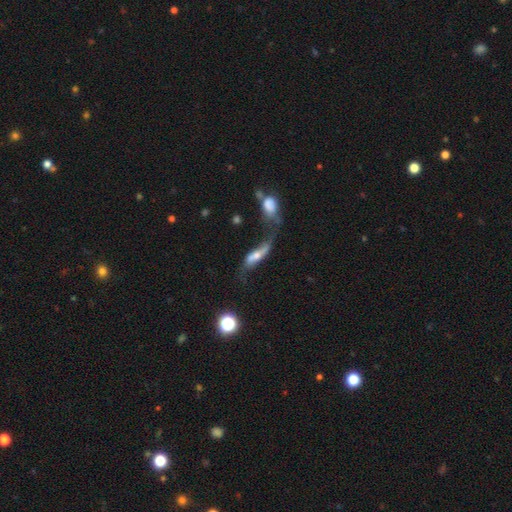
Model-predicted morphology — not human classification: smooth-or-featured: featured or disk: 61% | smooth: 30% | star or artifact: 9%
  disk-edge-on: no: 65% | yes: 35%
  merging: merger: 33% | none: 26% | major disturbance: 23% | minor disturbance: 18%